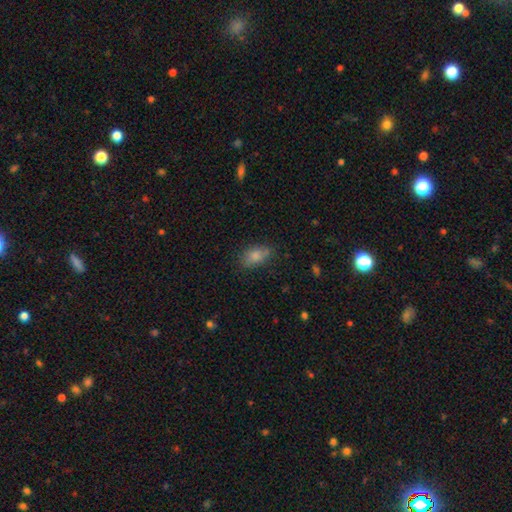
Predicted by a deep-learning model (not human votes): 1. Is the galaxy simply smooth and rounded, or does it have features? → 79% smooth, 12% featured or disk, 9% star or artifact.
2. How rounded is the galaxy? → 87% in between, 9% round, 3% cigar-shaped.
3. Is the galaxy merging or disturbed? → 67% none, 24% minor disturbance, 6% major disturbance, 3% merger.